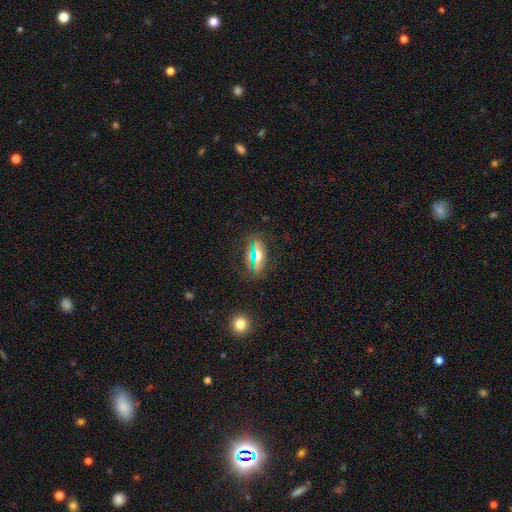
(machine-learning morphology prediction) Q: Smooth or featured?
A: smooth (56%); runner-up: star or artifact (25%)
Q: How rounded?
A: in between (74%); runner-up: round (15%)
Q: Merging?
A: none (76%); runner-up: minor disturbance (14%)